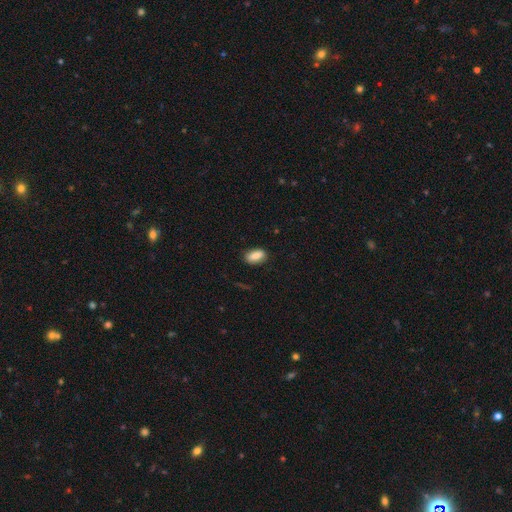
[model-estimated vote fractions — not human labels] smooth 87%, star or artifact 7%, featured or disk 6%. Down the decision tree: how rounded — in between (89%); merging — none (83%).